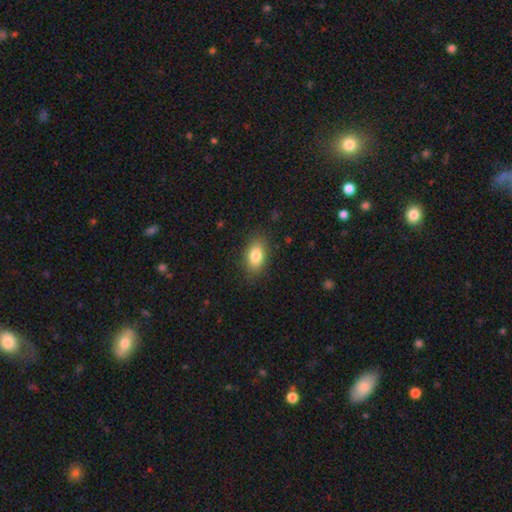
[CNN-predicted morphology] Smooth or featured: smooth — 83% (featured or disk — 9%)
How rounded: in between — 89% (round — 8%)
Merging: none — 85% (minor disturbance — 11%)